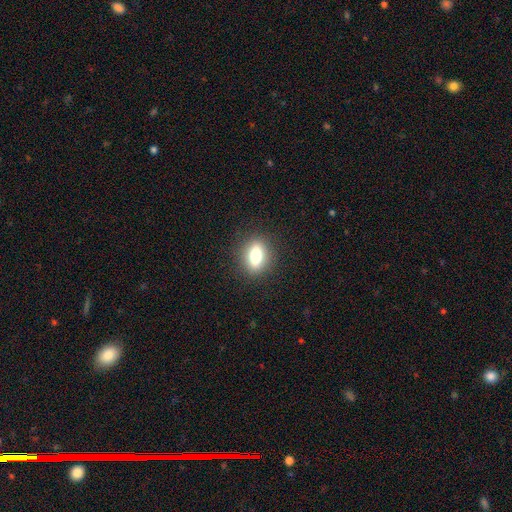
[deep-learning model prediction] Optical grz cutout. It shows a smooth galaxy with no disk features (77%) that is in between round and cigar-shaped (73%). Merging: none (88%).